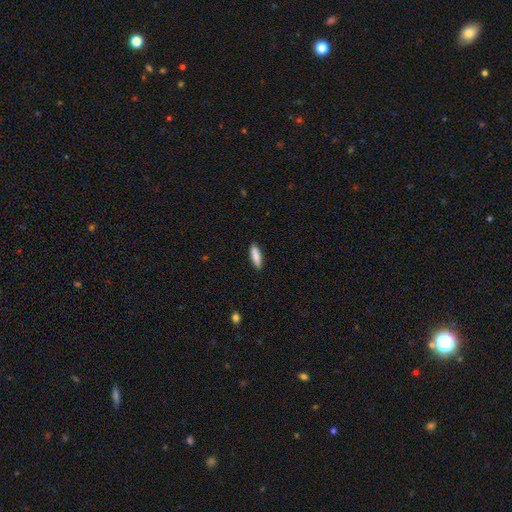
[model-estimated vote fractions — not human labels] Morphology: type=smooth (84%); roundness=cigar-shaped (57%); merging=none (89%).